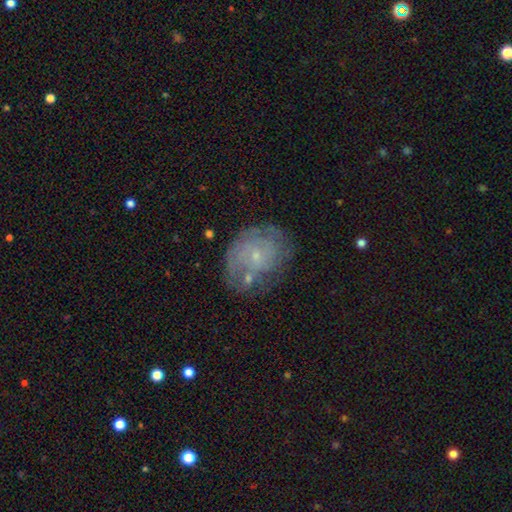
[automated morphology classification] Smooth or featured: featured or disk — 62% (smooth — 27%)
Edge-on disk: no — 97% (yes — 3%)
Bar: no — 78% (weak — 19%)
Spiral arms: yes — 71% (no — 29%)
Bulge size: small — 81% (moderate — 13%)
Merging: none — 59% (minor disturbance — 23%)